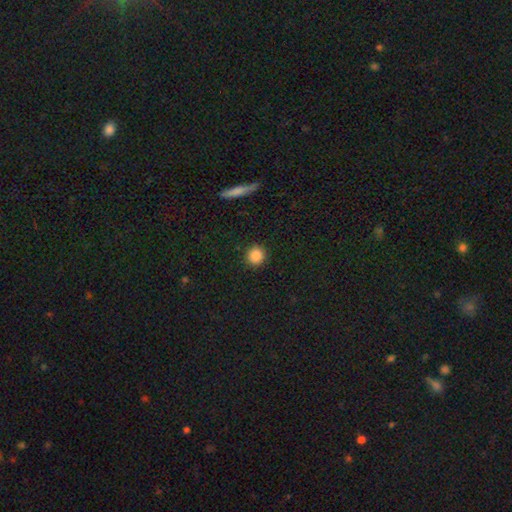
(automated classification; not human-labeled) smooth_or_featured: smooth (p=0.87) [alt: star or artifact p=0.09]
how_rounded: round (p=0.92) [alt: in between p=0.07]
merging: none (p=0.91) [alt: minor disturbance p=0.06]